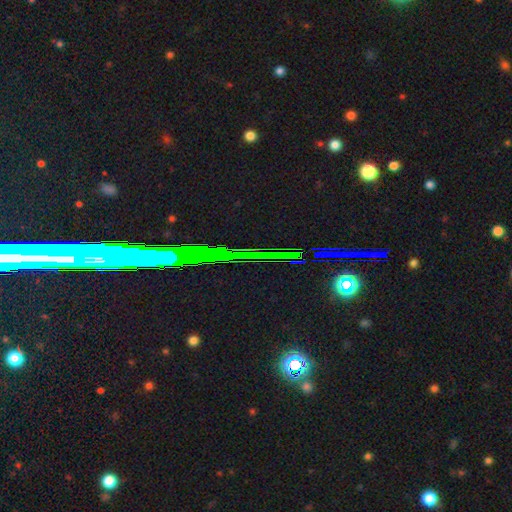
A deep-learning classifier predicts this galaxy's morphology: Overall: star or artifact (76%).